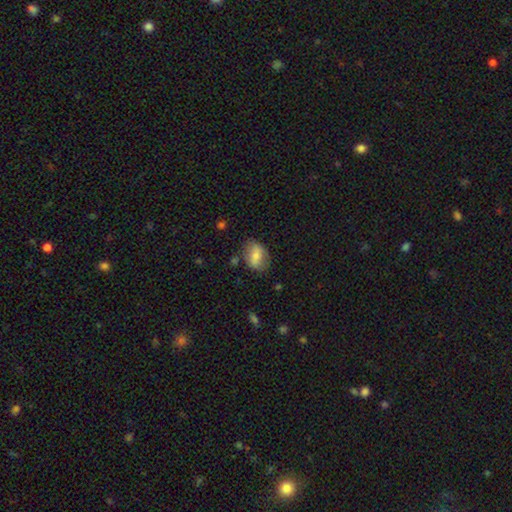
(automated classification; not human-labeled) This is likely a smooth galaxy (67%). How rounded: likely in between (76%). Merging: likely none (68%).